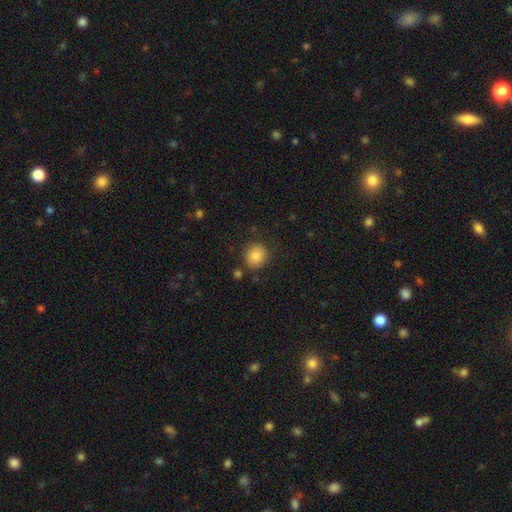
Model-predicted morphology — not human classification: type=smooth (84%); roundness=round (83%); merging=none (84%).